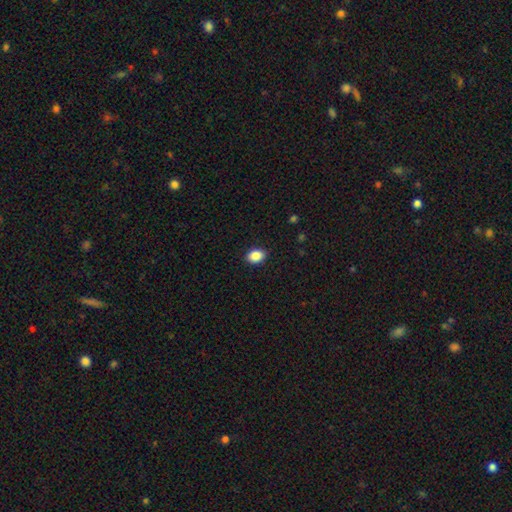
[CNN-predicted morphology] Smooth or featured? smooth (88%)
How rounded? in between (72%)
Merging? none (90%)